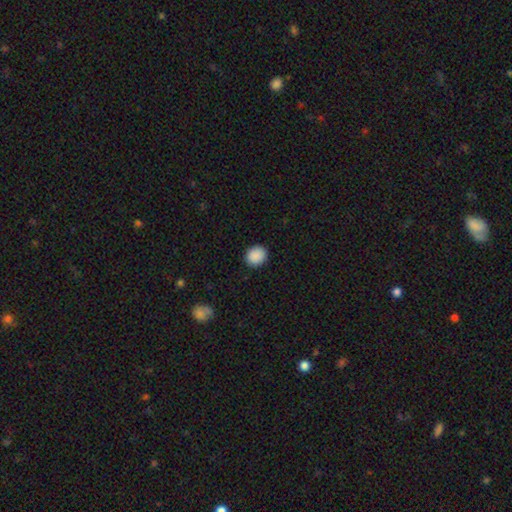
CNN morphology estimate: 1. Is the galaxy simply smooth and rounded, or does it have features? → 89% smooth, 8% star or artifact, 3% featured or disk.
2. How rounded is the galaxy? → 72% round, 27% in between, 1% cigar-shaped.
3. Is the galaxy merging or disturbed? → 90% none, 7% minor disturbance, 2% major disturbance, 1% merger.